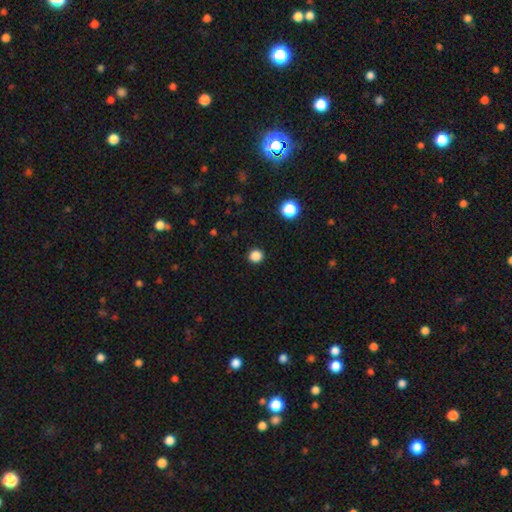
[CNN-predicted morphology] Overall: smooth (85%). How rounded: round (89%). Merging: none (92%).